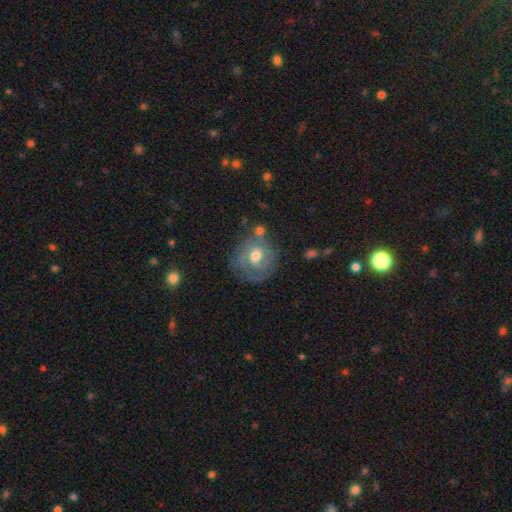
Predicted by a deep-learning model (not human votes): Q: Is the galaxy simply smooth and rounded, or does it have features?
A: featured or disk — 68%.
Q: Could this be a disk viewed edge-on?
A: no — 97%.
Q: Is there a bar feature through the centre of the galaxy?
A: no — 65%.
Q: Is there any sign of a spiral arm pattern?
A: yes — 78%.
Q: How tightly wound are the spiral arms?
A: tight — 64%.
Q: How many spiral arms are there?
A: can't tell — 38%.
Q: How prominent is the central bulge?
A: moderate — 74%.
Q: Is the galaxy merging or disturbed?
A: none — 62%.